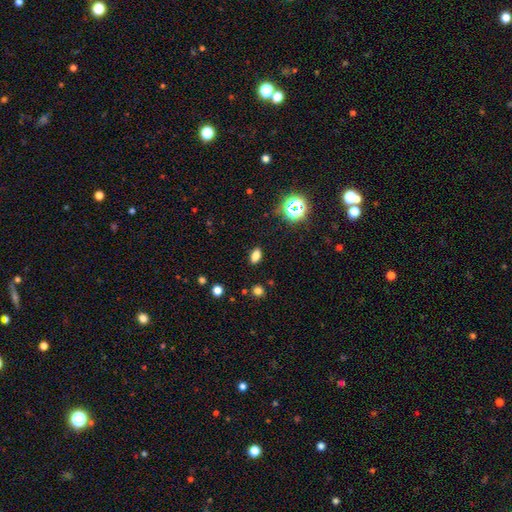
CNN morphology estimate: smooth 78%, star or artifact 17%, featured or disk 5%. Down the decision tree: how rounded — in between (86%); merging — none (88%).